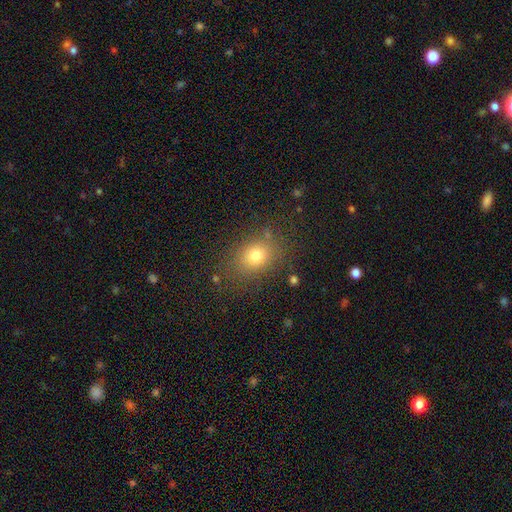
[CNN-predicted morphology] smooth_or_featured: smooth (p=0.75) [alt: star or artifact p=0.14]
how_rounded: in between (p=0.56) [alt: round p=0.43]
merging: none (p=0.80) [alt: minor disturbance p=0.13]